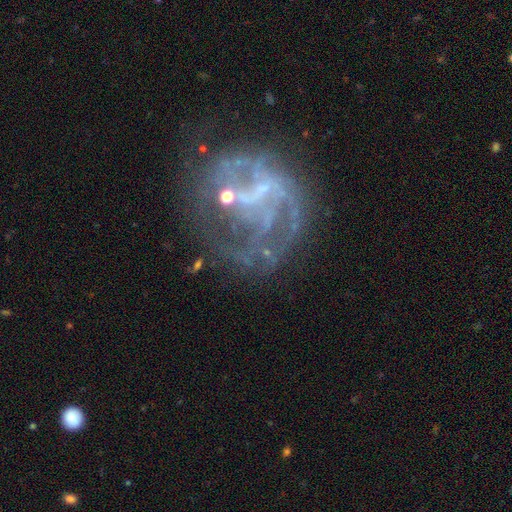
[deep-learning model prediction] The model was most divided on "spiral arms": yes: 51%, no: 49%. Remaining: edge-on disk — no (98%); smooth or featured — featured or disk (73%); bar — no (56%); bulge size — none (54%); merging — none (43%).